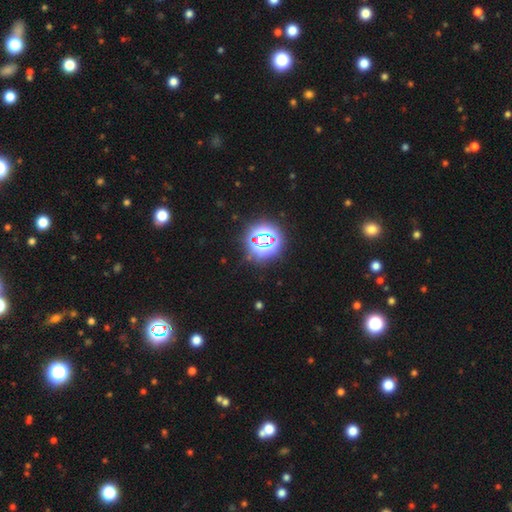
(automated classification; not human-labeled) A star or artifact, not a galaxy (69%).